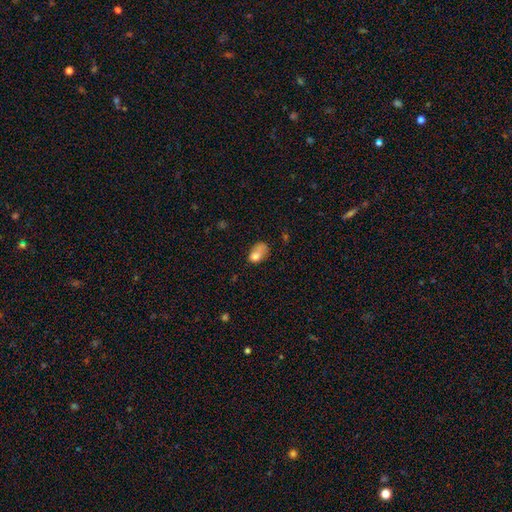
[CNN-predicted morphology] smooth 72%, featured or disk 18%, star or artifact 11%. Down the decision tree: how rounded — in between (78%); merging — none (27%).